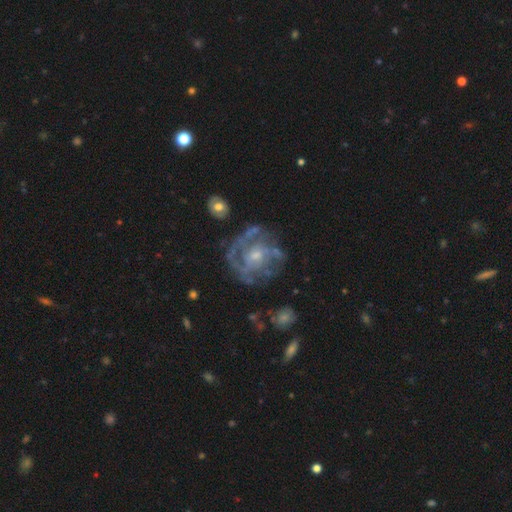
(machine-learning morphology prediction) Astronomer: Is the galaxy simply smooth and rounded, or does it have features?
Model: featured or disk — 80%.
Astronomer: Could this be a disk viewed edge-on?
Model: no — 97%.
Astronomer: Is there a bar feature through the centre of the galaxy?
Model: no — 65%.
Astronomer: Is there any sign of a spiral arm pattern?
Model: yes — 72%.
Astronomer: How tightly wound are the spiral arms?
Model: tight — 50% (runner-up: medium, 35%).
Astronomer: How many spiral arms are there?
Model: can't tell — 47%.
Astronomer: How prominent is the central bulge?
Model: small — 51% (runner-up: moderate, 39%).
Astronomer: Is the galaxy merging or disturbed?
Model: none — 61%.